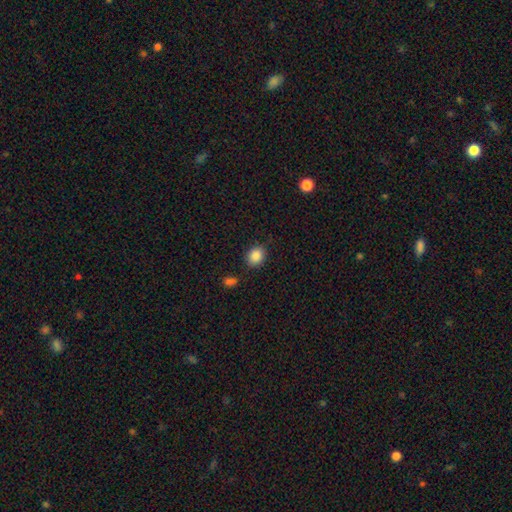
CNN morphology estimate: A smooth galaxy with no disk features (86%) that is round (58%).

Vote fractions:
- Smooth or featured? smooth: 86% / star or artifact: 9% / featured or disk: 4%
- How rounded? round: 58% / in between: 41% / cigar-shaped: 1%
- Merging? none: 81% / minor disturbance: 12% / merger: 3% / major disturbance: 3%